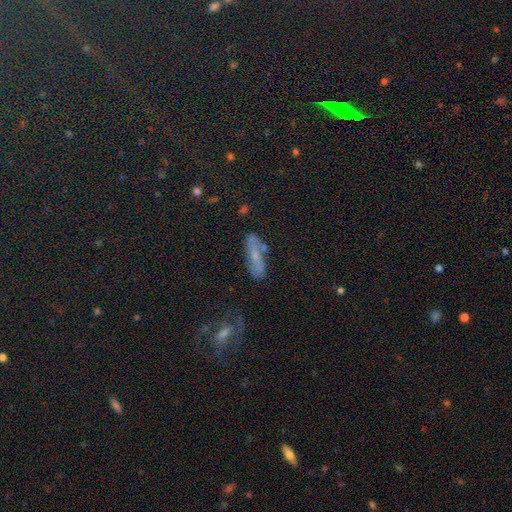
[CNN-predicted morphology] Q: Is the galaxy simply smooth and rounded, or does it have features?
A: smooth — 48%.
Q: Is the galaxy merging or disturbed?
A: none — 71%.